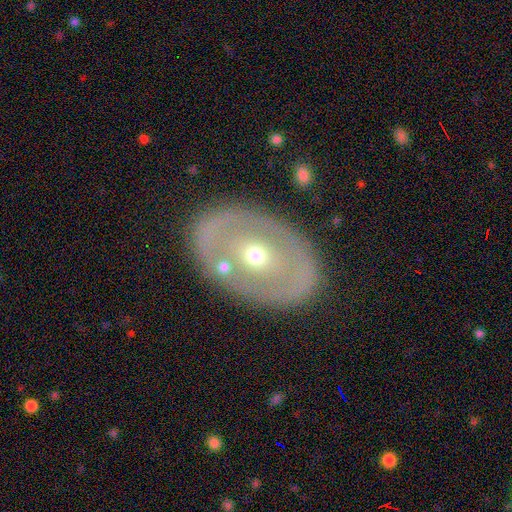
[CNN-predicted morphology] A featured or disk galaxy (67%) with no bar (71%), no spiral arms (77%) and a moderate central bulge (62%).

Vote fractions:
- Smooth or featured? featured or disk: 67% / smooth: 28% / star or artifact: 6%
- Edge-on disk? no: 91% / yes: 9%
- Bar? no: 71% / weak: 20% / strong: 10%
- Spiral arms? no: 77% / yes: 23%
- Bulge size? moderate: 62% / small: 33% / large: 4% / dominant: 1% / none: 1%
- Merging? none: 82% / minor disturbance: 11% / major disturbance: 5% / merger: 3%